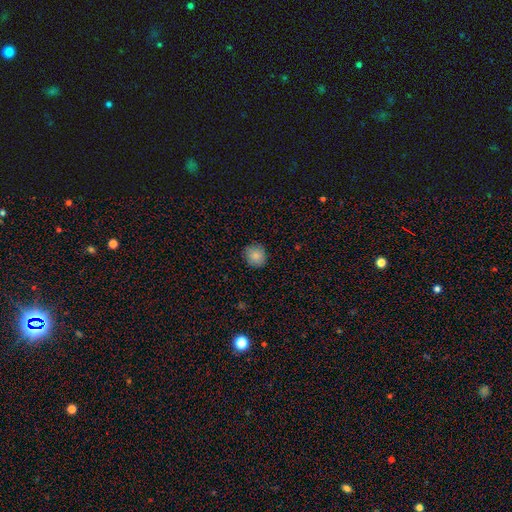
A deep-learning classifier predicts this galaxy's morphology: Q: Smooth or featured?
A: smooth (86%); runner-up: star or artifact (9%)
Q: How rounded?
A: round (89%); runner-up: in between (10%)
Q: Merging?
A: none (89%); runner-up: minor disturbance (8%)